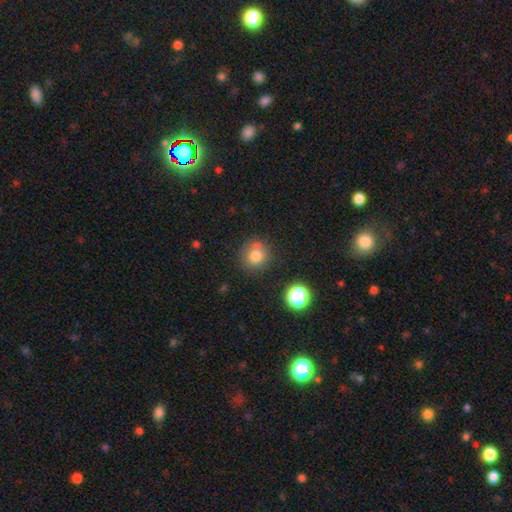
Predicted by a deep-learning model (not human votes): Smooth or featured: smooth — 78% (star or artifact — 13%)
How rounded: round — 88% (in between — 11%)
Merging: none — 79% (minor disturbance — 14%)